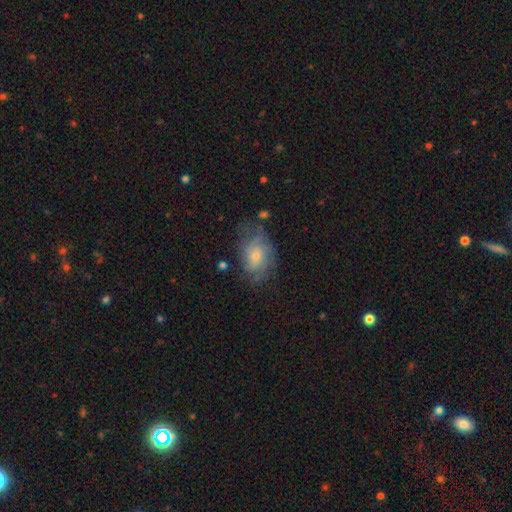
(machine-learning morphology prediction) smooth_or_featured: featured or disk (p=0.60) [alt: smooth p=0.31]
disk_edge_on: no (p=0.96) [alt: yes p=0.04]
bar: no (p=0.77) [alt: weak p=0.20]
has_spiral_arms: yes (p=0.81) [alt: no p=0.19]
bulge_size: small (p=0.64) [alt: moderate p=0.29]
merging: none (p=0.54) [alt: minor disturbance p=0.26]